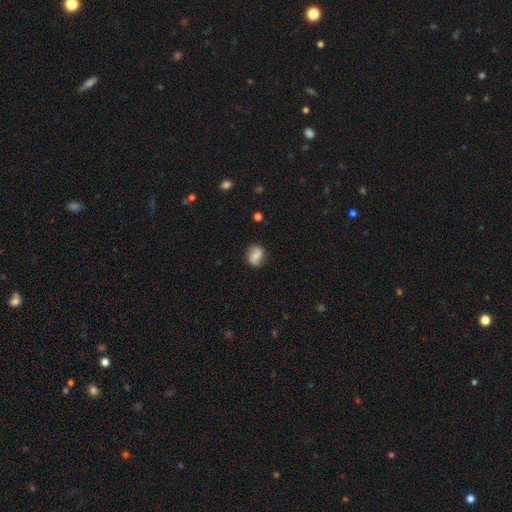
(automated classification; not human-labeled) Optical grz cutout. It shows a smooth galaxy with no disk features (60%) that is in between round and cigar-shaped (57%). Merging: none (78%).